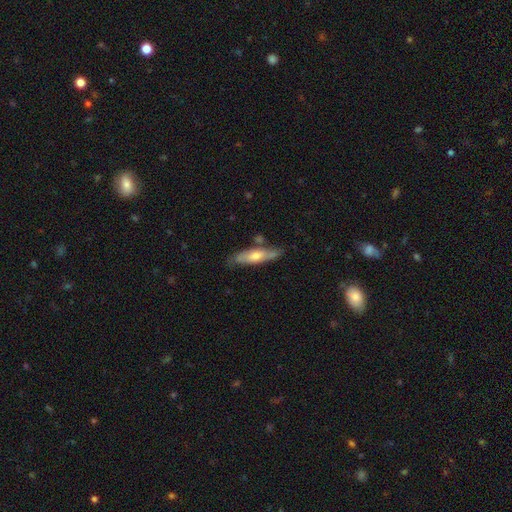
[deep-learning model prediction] smooth_or_featured: featured or disk (p=0.52) [alt: smooth p=0.42]
disk_edge_on: yes (p=0.57) [alt: no p=0.43]
merging: none (p=0.70) [alt: minor disturbance p=0.19]